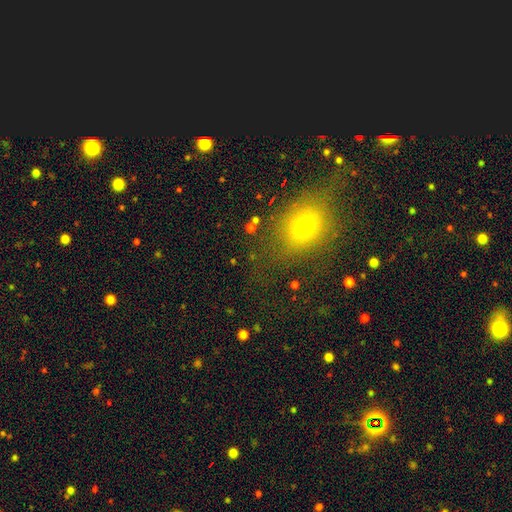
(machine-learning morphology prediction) Smooth or featured: smooth — 56% (star or artifact — 31%)
How rounded: in between — 49% (round — 48%)
Merging: none — 73% (minor disturbance — 15%)